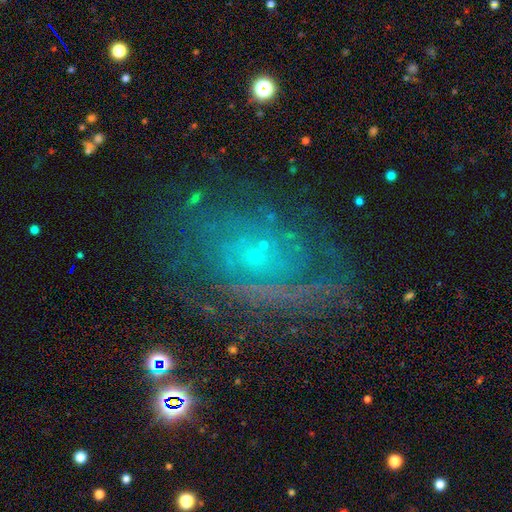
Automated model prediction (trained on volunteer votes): A featured or disk galaxy (74%) with no bar (70%), tight (45%) spiral arms (84%) and a small central bulge (67%). Merging: none (62%).